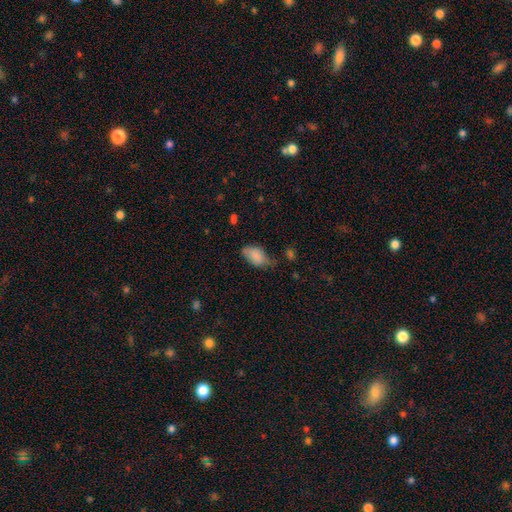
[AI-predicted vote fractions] smooth 84%, featured or disk 9%, star or artifact 7%. Down the decision tree: how rounded — in between (93%); merging — none (49%).